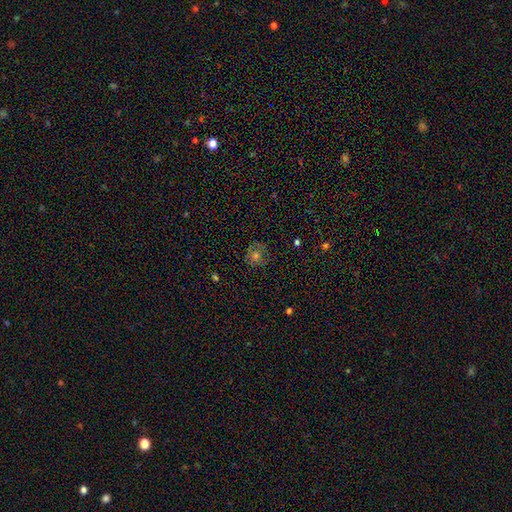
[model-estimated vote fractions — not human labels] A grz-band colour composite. It shows a smooth galaxy with no disk features (48%). Merging: none (78%).